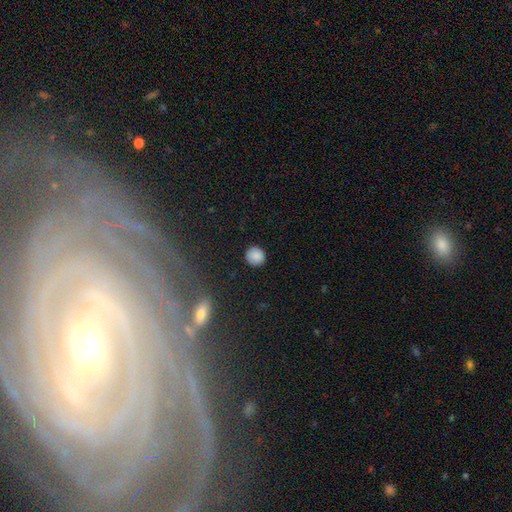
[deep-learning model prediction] smooth_or_featured: smooth (p=0.86) [alt: star or artifact p=0.10]
how_rounded: round (p=0.89) [alt: in between p=0.10]
merging: none (p=0.89) [alt: minor disturbance p=0.08]